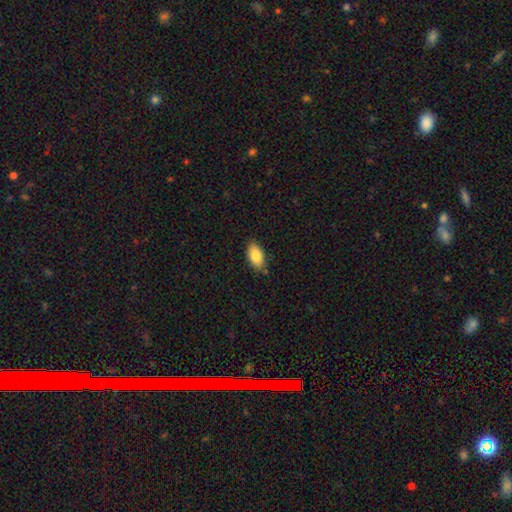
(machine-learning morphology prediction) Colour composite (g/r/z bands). It shows a smooth galaxy with no disk features (84%) that is in between round and cigar-shaped (93%). Merging: none (83%).